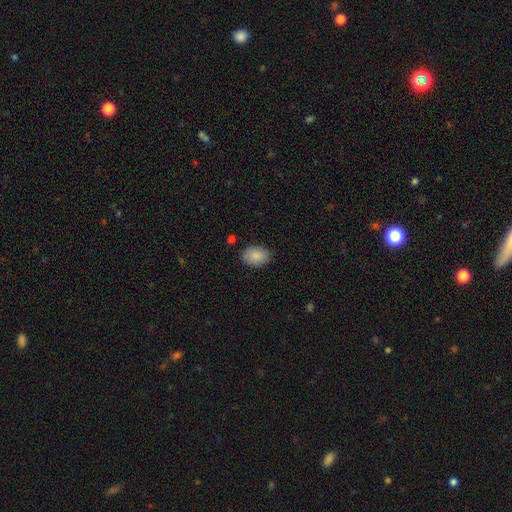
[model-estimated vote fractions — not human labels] smooth-or-featured: smooth: 87% | star or artifact: 7% | featured or disk: 6%
  how-rounded: in between: 81% | round: 18% | cigar-shaped: 1%
  merging: none: 85% | minor disturbance: 11% | major disturbance: 3% | merger: 1%